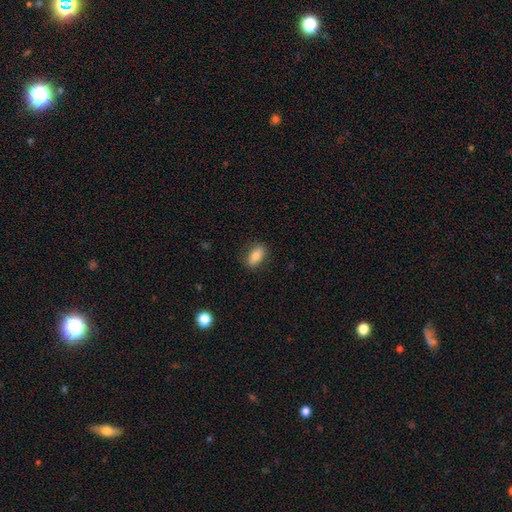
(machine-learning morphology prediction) This appears to be a smooth galaxy with no disk features (80%) that is in between round and cigar-shaped (85%). Merging: none (82%).